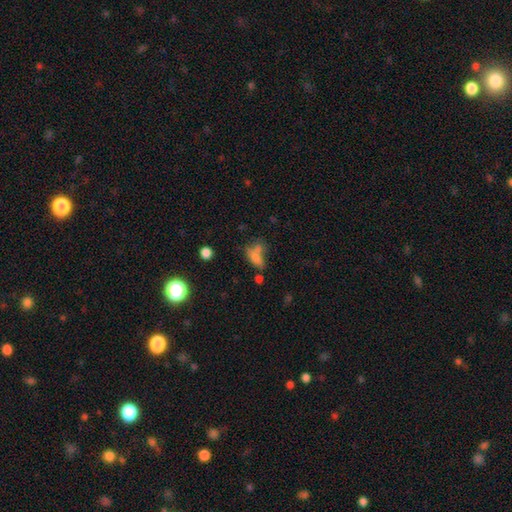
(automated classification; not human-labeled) smooth 70%, featured or disk 16%, star or artifact 14%. Down the decision tree: how rounded — in between (71%); merging — none (36%).